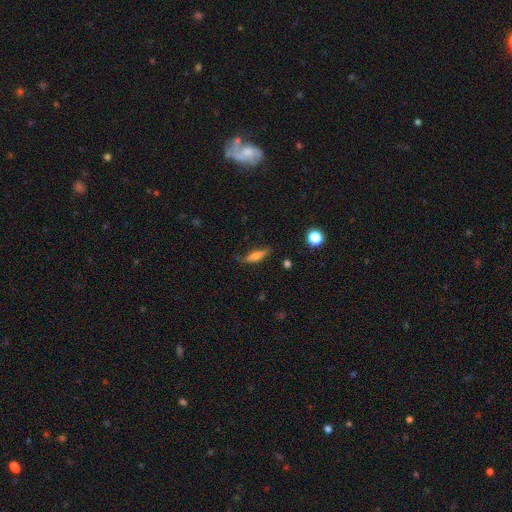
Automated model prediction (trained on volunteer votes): smooth-or-featured: smooth: 53% | featured or disk: 39% | star or artifact: 8%
  how-rounded: cigar-shaped: 65% | in between: 32% | round: 3%
  merging: none: 72% | minor disturbance: 21% | major disturbance: 5% | merger: 2%